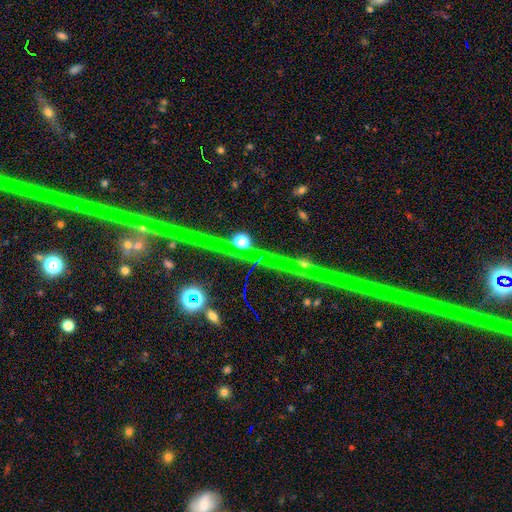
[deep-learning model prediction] smooth_or_featured: star or artifact (p=0.64) [alt: featured or disk p=0.23]